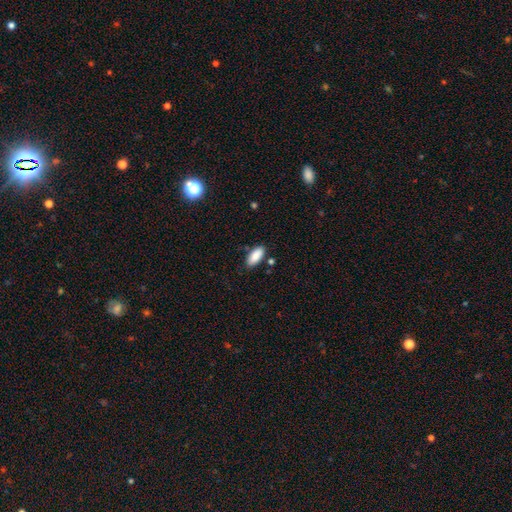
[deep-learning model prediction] The model was most divided on "merging": none: 82%, minor disturbance: 12%, merger: 3%, major disturbance: 3%. More confident: smooth or featured — smooth (88%); how rounded — in between (88%).